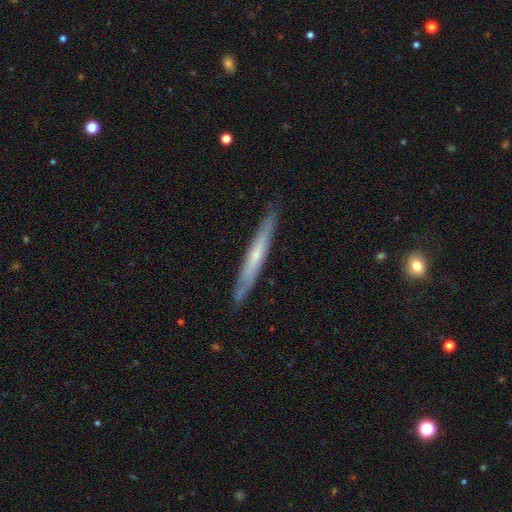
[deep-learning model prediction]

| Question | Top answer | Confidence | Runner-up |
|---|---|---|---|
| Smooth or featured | featured or disk | 55% | smooth (40%) |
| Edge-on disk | yes | 90% | no (10%) |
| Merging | none | 87% | minor disturbance (10%) |